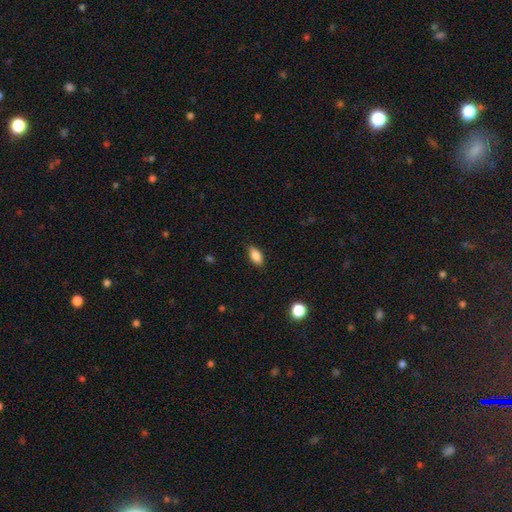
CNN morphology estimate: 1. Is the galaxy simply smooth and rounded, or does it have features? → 86% smooth, 8% star or artifact, 6% featured or disk.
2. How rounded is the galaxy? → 89% in between, 7% cigar-shaped, 4% round.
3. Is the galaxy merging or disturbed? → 86% none, 11% minor disturbance, 2% major disturbance, 1% merger.